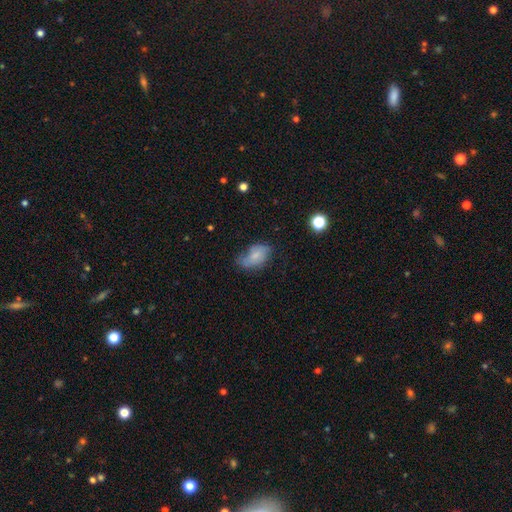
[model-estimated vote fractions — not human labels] The model was most divided on "merging": none: 46%, minor disturbance: 36%, major disturbance: 14%, merger: 3%. More confident: how rounded — in between (91%); smooth or featured — smooth (68%).